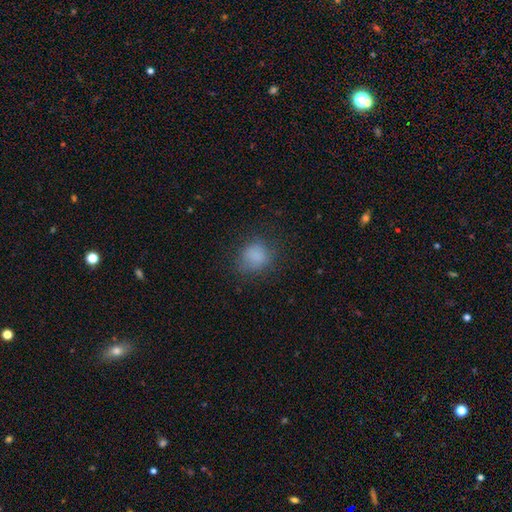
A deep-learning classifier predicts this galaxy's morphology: Q: Smooth or featured?
A: smooth (82%); runner-up: star or artifact (11%)
Q: How rounded?
A: round (74%); runner-up: in between (25%)
Q: Merging?
A: none (71%); runner-up: minor disturbance (18%)